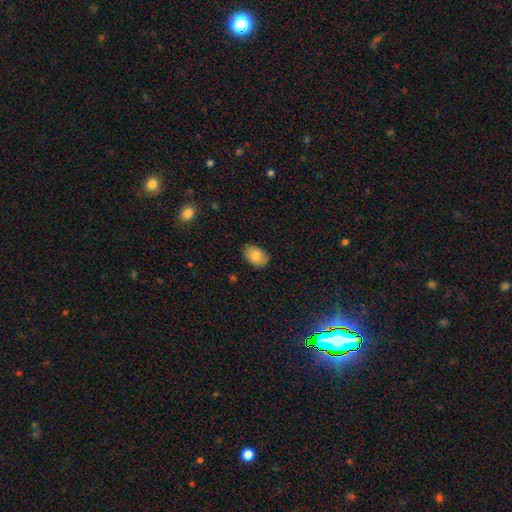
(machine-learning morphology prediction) The model was most divided on "merging": none: 83%, minor disturbance: 14%, major disturbance: 2%, merger: 1%. More confident: how rounded — in between (85%); smooth or featured — smooth (82%).